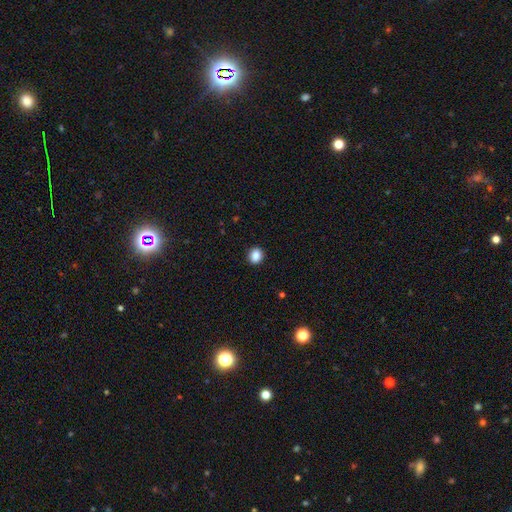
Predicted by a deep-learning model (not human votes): A smooth galaxy with no disk features (87%) that is round (60%). Merging: none (90%).